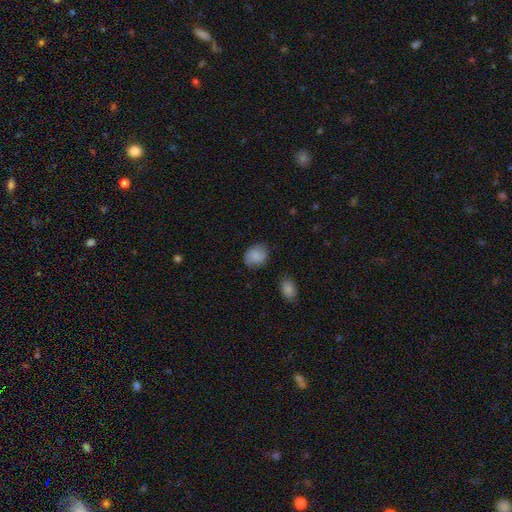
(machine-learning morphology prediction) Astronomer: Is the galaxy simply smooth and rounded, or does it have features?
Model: smooth — 74%.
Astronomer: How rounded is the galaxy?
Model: round — 56% (runner-up: in between, 42%).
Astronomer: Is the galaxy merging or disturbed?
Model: none — 74%.